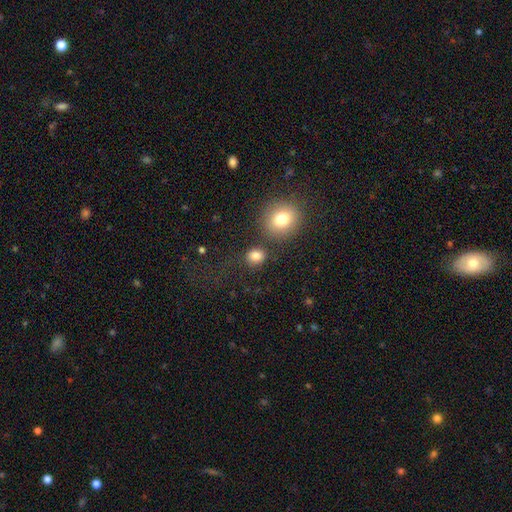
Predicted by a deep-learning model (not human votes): Smooth or featured? Predicted: smooth (p=0.81). How rounded? Predicted: round (p=0.70). Merging? Predicted: none (p=0.76).